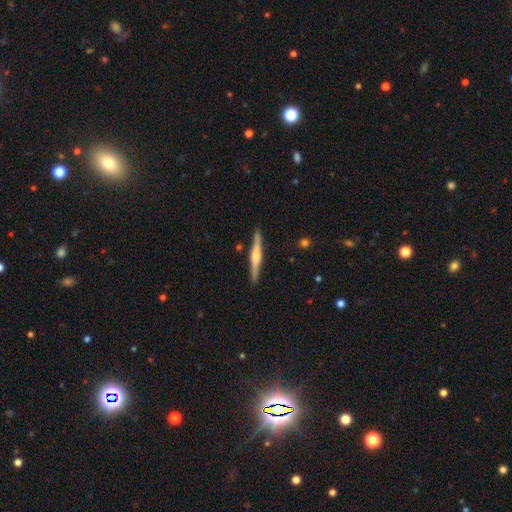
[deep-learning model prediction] Overall: featured or disk (70%). Edge-on disk: yes (98%). Edge-on bulge: rounded (77%). Merging: none (90%).